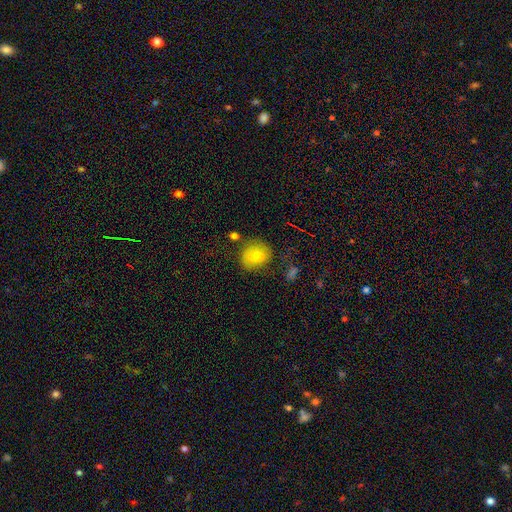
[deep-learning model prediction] Smooth or featured? smooth (76%)
How rounded? round (71%)
Merging? none (69%)